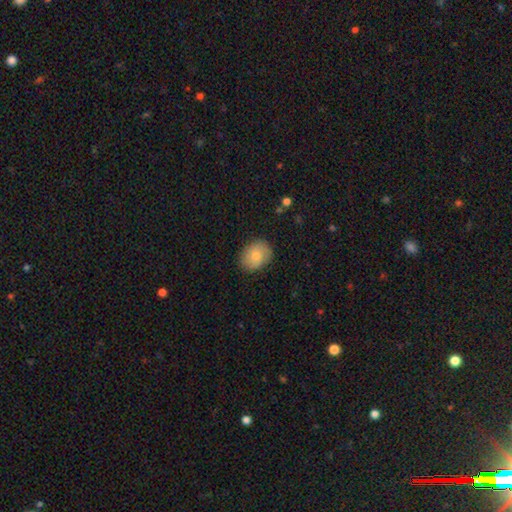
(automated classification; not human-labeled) This appears to be a smooth galaxy with no disk features (73%) that is in between round and cigar-shaped (58%). Merging: none (83%).